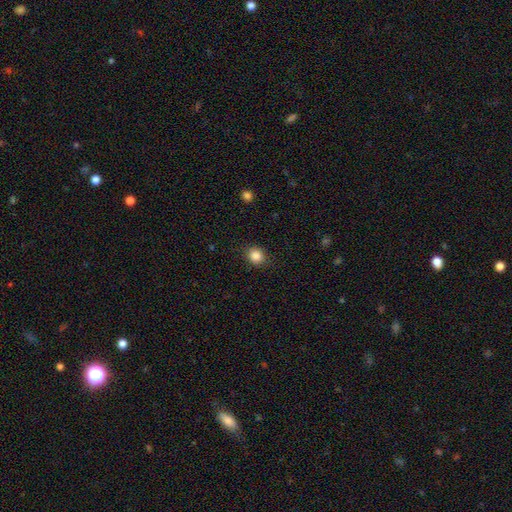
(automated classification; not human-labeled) Smooth or featured? Predicted: smooth (p=0.86). How rounded? Predicted: round (p=0.73). Merging? Predicted: none (p=0.87).